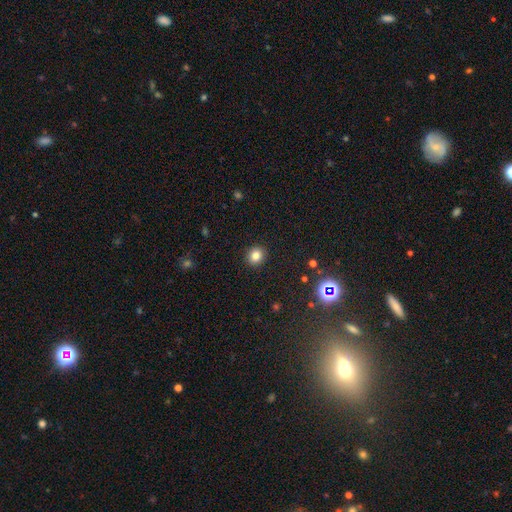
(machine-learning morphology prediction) A smooth galaxy with no disk features (82%) that is round (78%). Merging: none (91%).